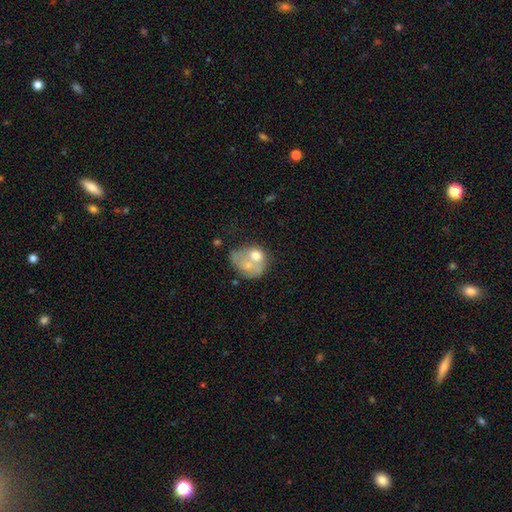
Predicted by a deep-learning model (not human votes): Smooth or featured?
  - smooth: 48% *
  - featured or disk: 41%
  - star or artifact: 11%
Merging?
  - merger: 42% *
  - none: 25%
  - major disturbance: 17%
  - minor disturbance: 15%